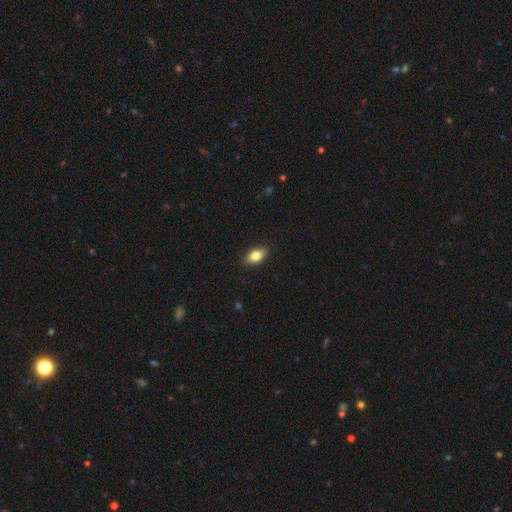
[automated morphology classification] Smooth or featured? smooth (80%)
How rounded? in between (87%)
Merging? none (88%)